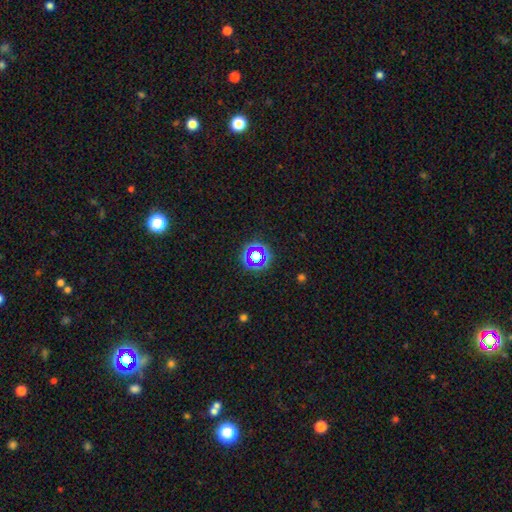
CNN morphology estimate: type=star or artifact (59%).